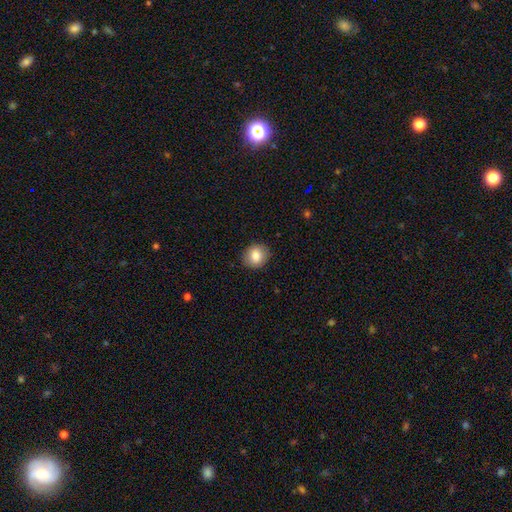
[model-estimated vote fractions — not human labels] A smooth galaxy with no disk features (83%) that is round (76%). Merging: none (89%).